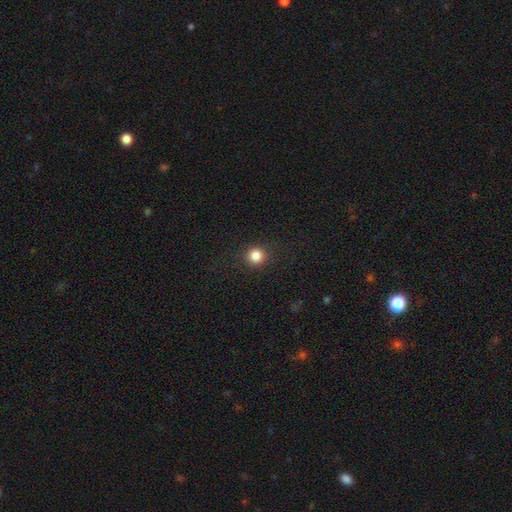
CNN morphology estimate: smooth-or-featured: smooth: 85% | star or artifact: 11% | featured or disk: 4%
  how-rounded: round: 93% | in between: 6% | cigar-shaped: 1%
  merging: none: 90% | minor disturbance: 6% | major disturbance: 3% | merger: 1%